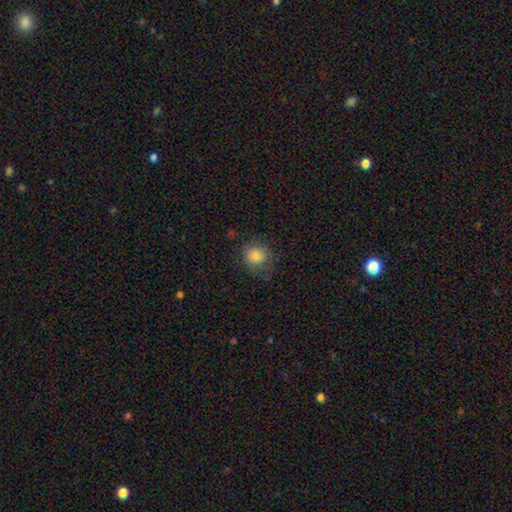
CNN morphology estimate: smooth-or-featured: smooth: 81% | star or artifact: 10% | featured or disk: 9%
  how-rounded: round: 80% | in between: 19% | cigar-shaped: 1%
  merging: none: 70% | minor disturbance: 20% | major disturbance: 9% | merger: 1%